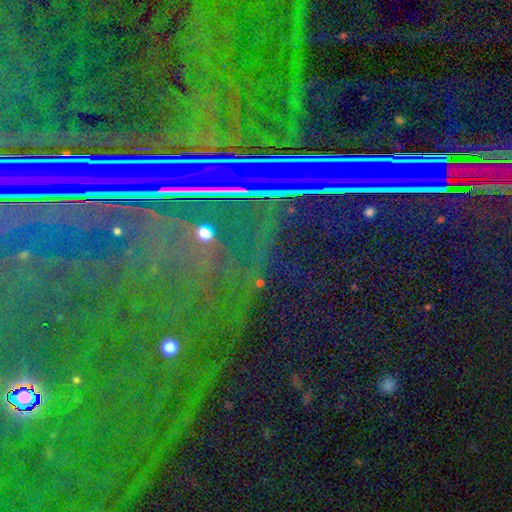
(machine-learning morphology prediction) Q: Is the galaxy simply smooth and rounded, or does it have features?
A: star or artifact — 86%.